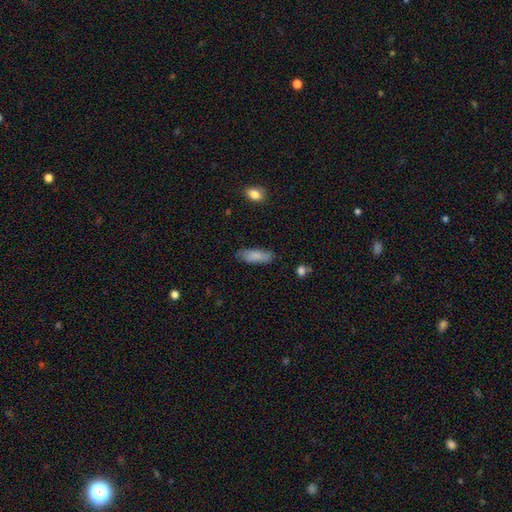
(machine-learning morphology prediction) Overall: smooth (83%). How rounded: in between (66%; cigar-shaped 32%). Merging: none (77%).